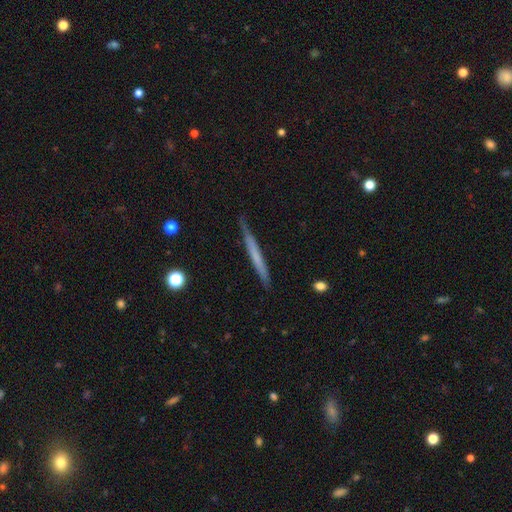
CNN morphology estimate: Smooth or featured?
  - smooth: 49% *
  - featured or disk: 45%
  - star or artifact: 6%
Merging?
  - none: 85% *
  - minor disturbance: 12%
  - major disturbance: 2%
  - merger: 1%